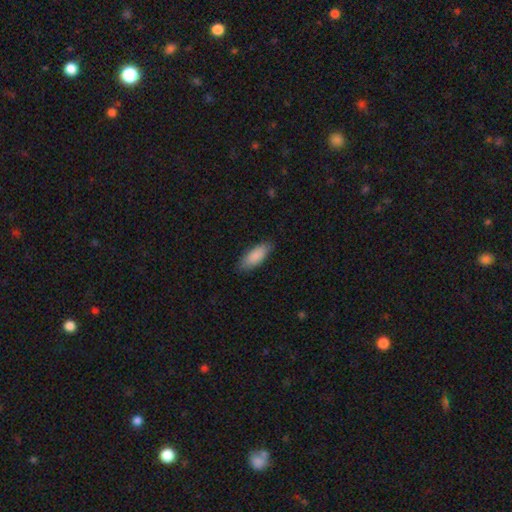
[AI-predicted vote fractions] The model was most divided on "how rounded": in between: 76%, cigar-shaped: 23%, round: 2%. More confident: smooth or featured — smooth (89%); merging — none (85%).